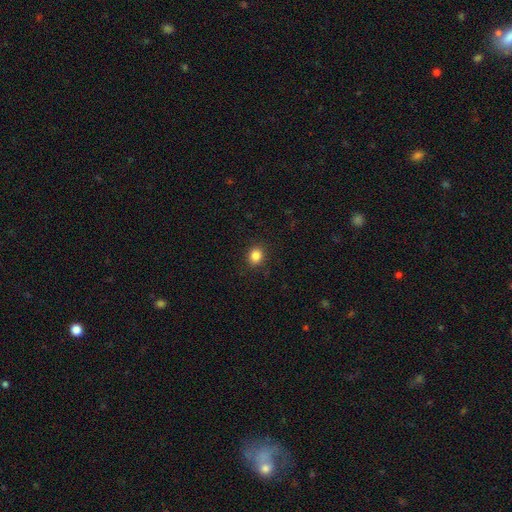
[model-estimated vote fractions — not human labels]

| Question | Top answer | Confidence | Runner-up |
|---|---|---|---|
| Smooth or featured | smooth | 85% | star or artifact (11%) |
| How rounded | round | 75% | in between (24%) |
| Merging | none | 90% | minor disturbance (7%) |